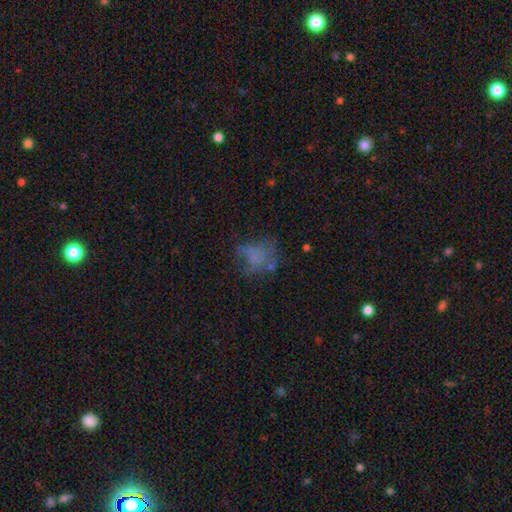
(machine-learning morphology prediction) This appears to be a smooth galaxy with no disk features (53%) that is in between round and cigar-shaped (53%). Merging: none (40%).